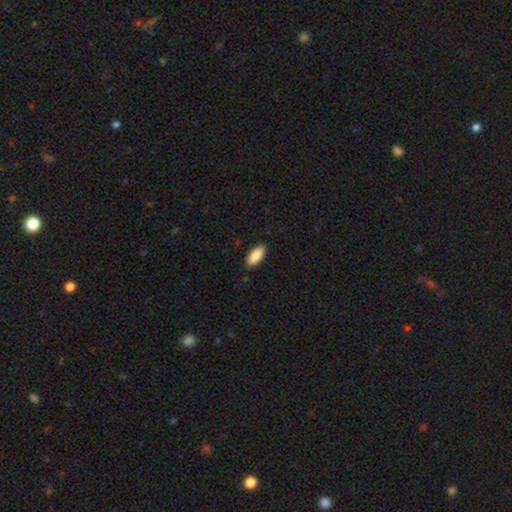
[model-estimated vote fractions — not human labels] This is clearly a smooth galaxy (88%). How rounded: clearly in between (85%). Merging: clearly none (87%).